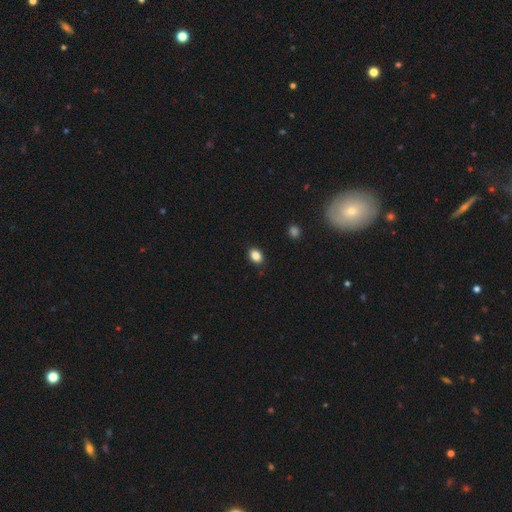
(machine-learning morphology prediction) type=smooth (86%); roundness=in between (73%); merging=none (88%).